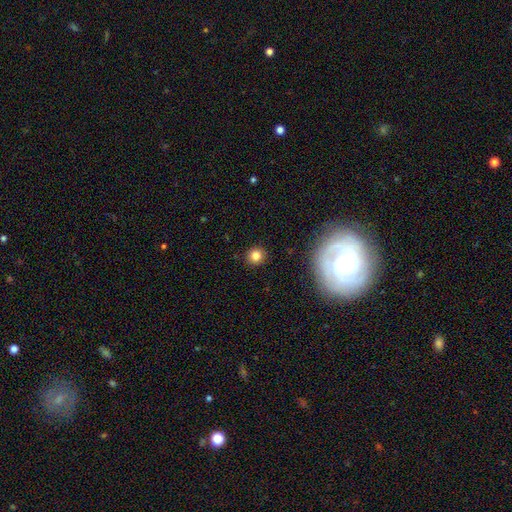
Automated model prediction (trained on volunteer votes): Smooth or featured: smooth — 81% (star or artifact — 12%)
How rounded: round — 90% (in between — 9%)
Merging: none — 91% (minor disturbance — 6%)